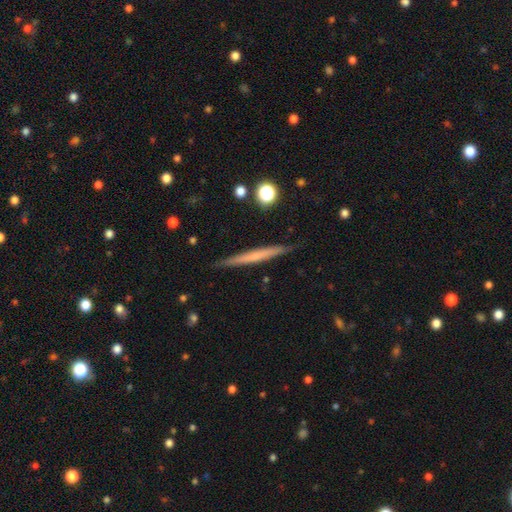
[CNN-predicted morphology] Smooth or featured: featured or disk — 47% (tied with smooth — 47%)
Merging: none — 89% (minor disturbance — 8%)